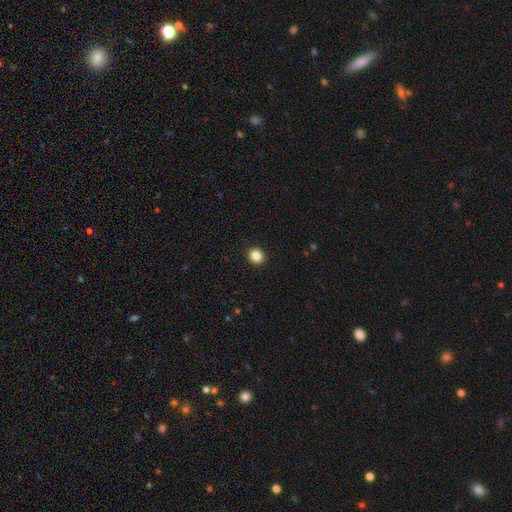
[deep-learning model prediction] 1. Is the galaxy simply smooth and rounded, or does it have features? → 84% smooth, 11% star or artifact, 5% featured or disk.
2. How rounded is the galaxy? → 88% round, 11% in between, 1% cigar-shaped.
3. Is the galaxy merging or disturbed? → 93% none, 5% minor disturbance, 1% major disturbance, 1% merger.